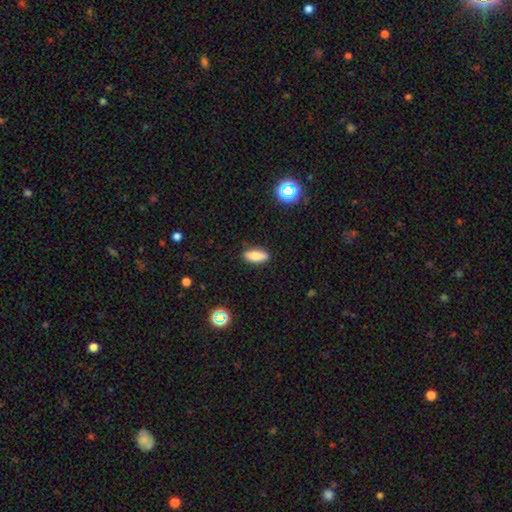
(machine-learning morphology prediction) This is likely a smooth galaxy (79%). How rounded: likely in between (73%). Merging: clearly none (88%).